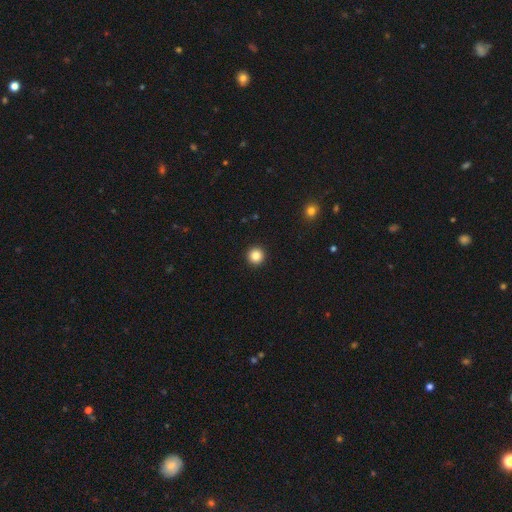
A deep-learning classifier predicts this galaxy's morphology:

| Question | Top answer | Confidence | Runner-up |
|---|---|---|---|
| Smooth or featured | smooth | 85% | star or artifact (11%) |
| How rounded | round | 96% | in between (3%) |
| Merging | none | 94% | minor disturbance (4%) |